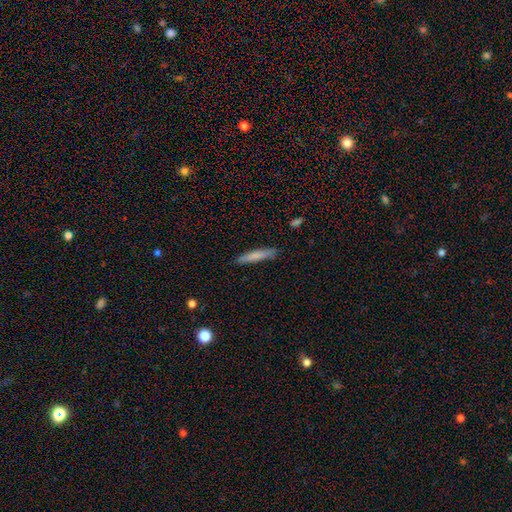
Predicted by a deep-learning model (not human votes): Morphology: type=smooth (75%); roundness=cigar-shaped (92%); merging=none (85%).